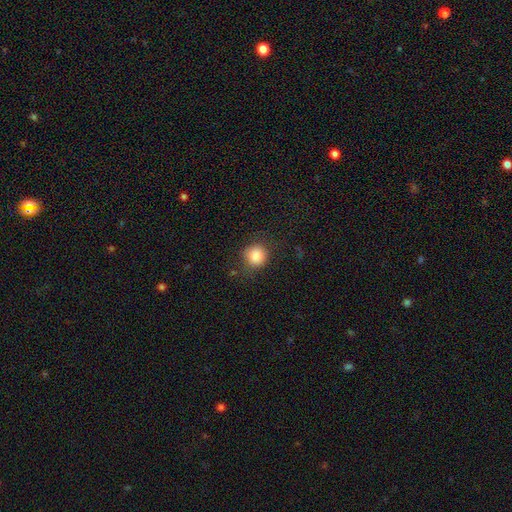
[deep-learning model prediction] smooth-or-featured: smooth: 86% | star or artifact: 9% | featured or disk: 5%
  how-rounded: round: 87% | in between: 12% | cigar-shaped: 1%
  merging: none: 77% | minor disturbance: 15% | major disturbance: 7% | merger: 1%